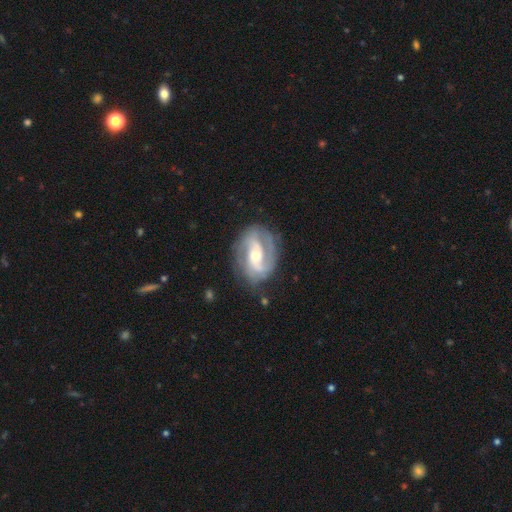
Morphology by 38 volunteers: A featured or disk galaxy (87%) with a strong bar (41%), 2 (68%) tight (52%) spiral arms (97%) and a moderate central bulge (78%). Merging: none (70%).